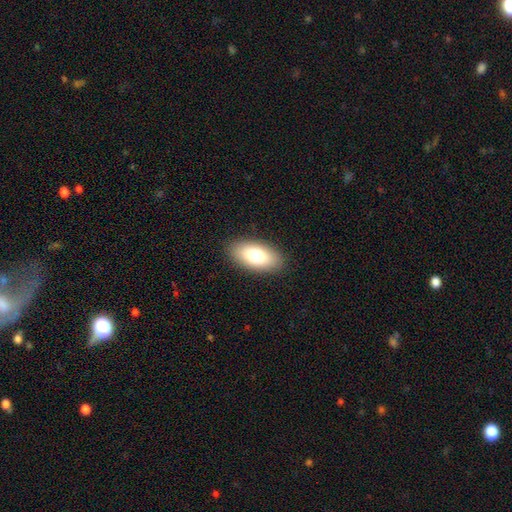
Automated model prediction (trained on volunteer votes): Morphology: type=smooth (80%); roundness=in between (93%); merging=none (89%).